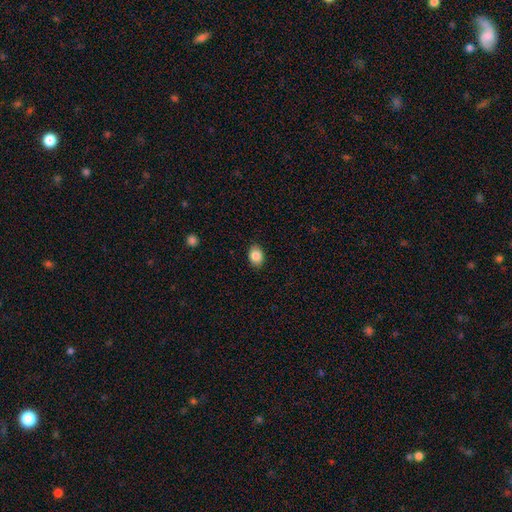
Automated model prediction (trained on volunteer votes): This is clearly a smooth galaxy (87%). How rounded: likely in between (69%). Merging: clearly none (88%).